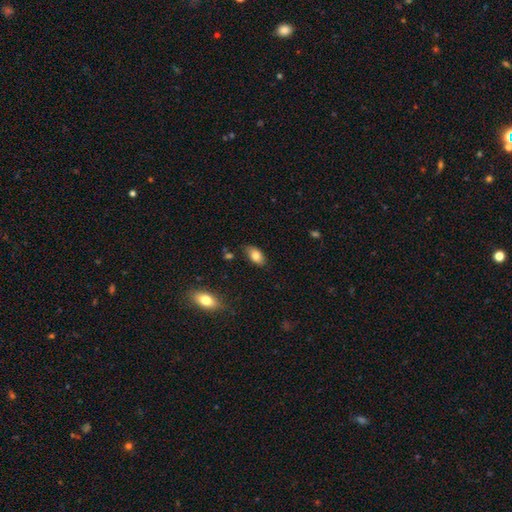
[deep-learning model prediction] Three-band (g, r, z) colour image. It shows a smooth galaxy with no disk features (81%) that is in between round and cigar-shaped (92%). Merging: none (80%).